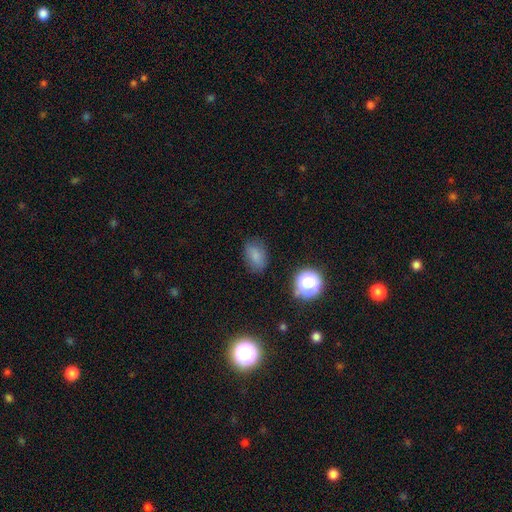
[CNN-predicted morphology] A smooth galaxy with no disk features (78%) that is in between round and cigar-shaped (82%). Merging: none (75%).